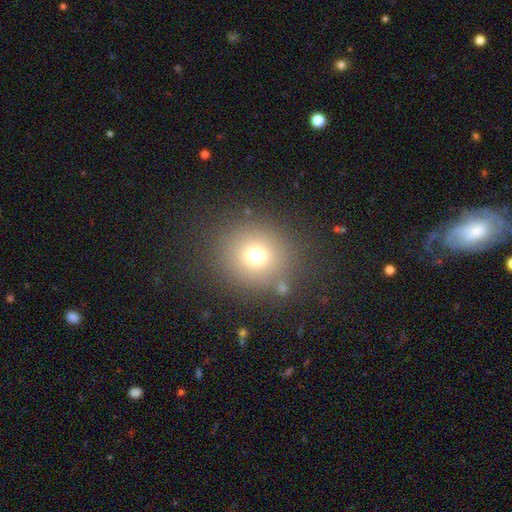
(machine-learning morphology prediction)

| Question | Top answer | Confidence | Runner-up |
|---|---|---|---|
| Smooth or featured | smooth | 70% | star or artifact (19%) |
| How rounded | round | 91% | in between (8%) |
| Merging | none | 82% | minor disturbance (8%) |